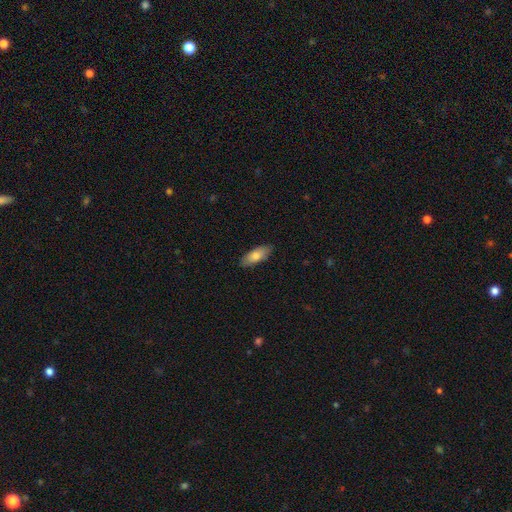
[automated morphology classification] Smooth or featured: smooth — 78% (featured or disk — 16%)
How rounded: in between — 76% (cigar-shaped — 22%)
Merging: none — 88% (minor disturbance — 9%)